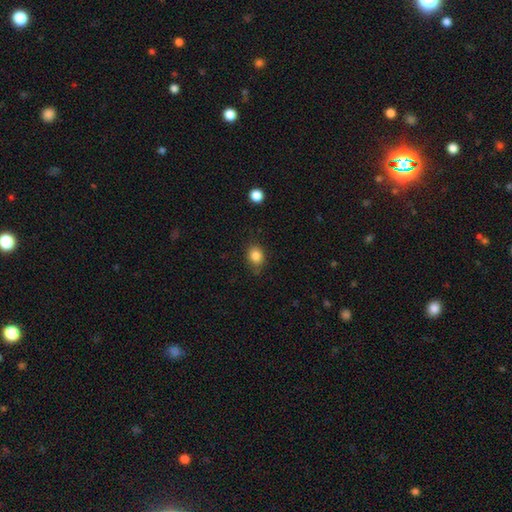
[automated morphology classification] This appears to be a smooth galaxy with no disk features (85%) that is round (56%). Merging: none (79%).